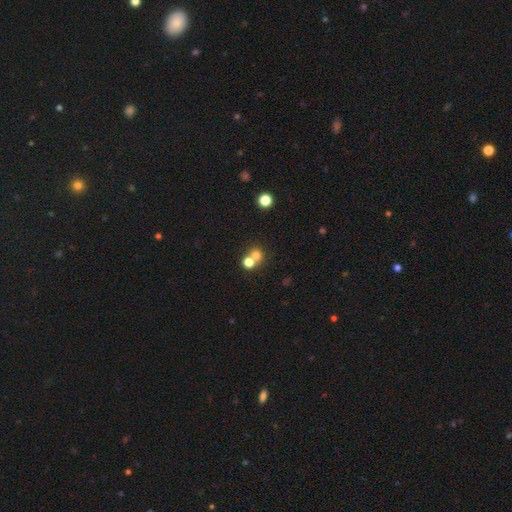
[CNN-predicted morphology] The model was most divided on "merging" (2-way tie): merger: 46%, none: 46%, minor disturbance: 5%, major disturbance: 3%. More confident: how rounded — round (83%); smooth or featured — smooth (71%).